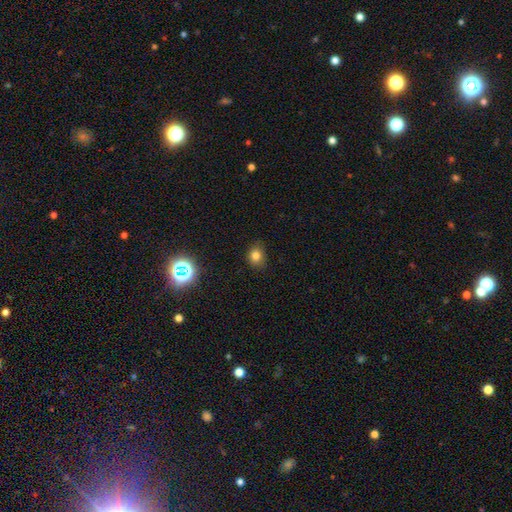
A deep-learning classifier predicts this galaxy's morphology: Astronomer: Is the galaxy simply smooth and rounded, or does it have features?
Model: smooth — 77%.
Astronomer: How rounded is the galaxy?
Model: round — 58% (runner-up: in between, 41%).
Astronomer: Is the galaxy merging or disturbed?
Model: none — 84%.